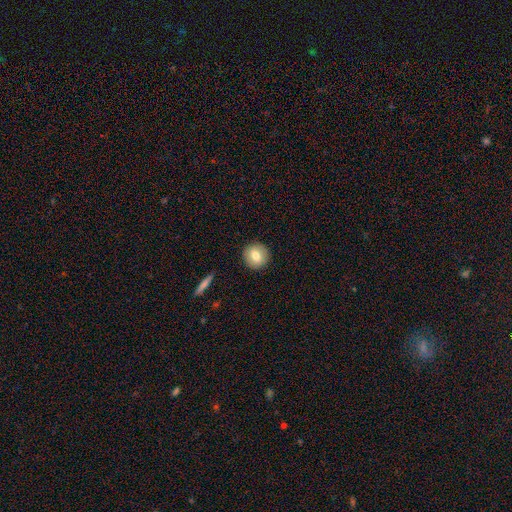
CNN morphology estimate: This appears to be a smooth galaxy with no disk features (77%) that is round (93%). Merging: none (91%).